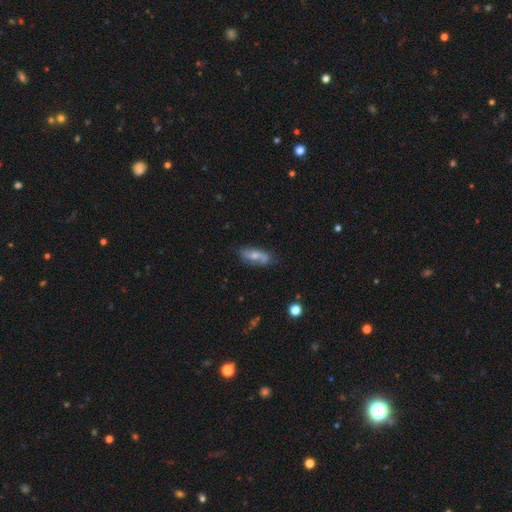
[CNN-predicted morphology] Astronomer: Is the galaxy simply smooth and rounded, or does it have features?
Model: smooth — 49% (runner-up: featured or disk, 43%).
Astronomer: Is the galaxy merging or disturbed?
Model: none — 57%.